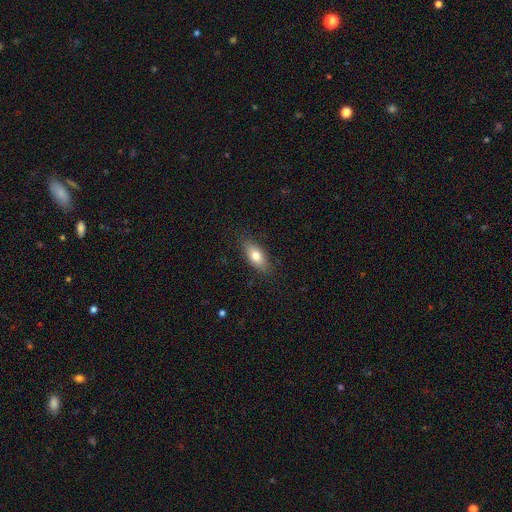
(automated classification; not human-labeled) Overall: smooth (75%). How rounded: in between (79%). Merging: none (86%).